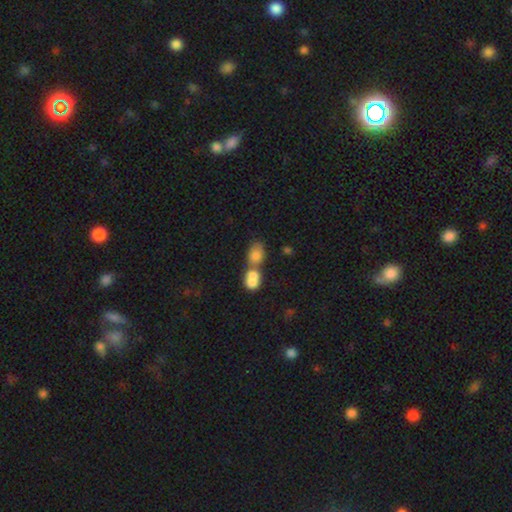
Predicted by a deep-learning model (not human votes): Overall: smooth (74%). How rounded: in between (62%; round 35%). Merging: merger (69%).